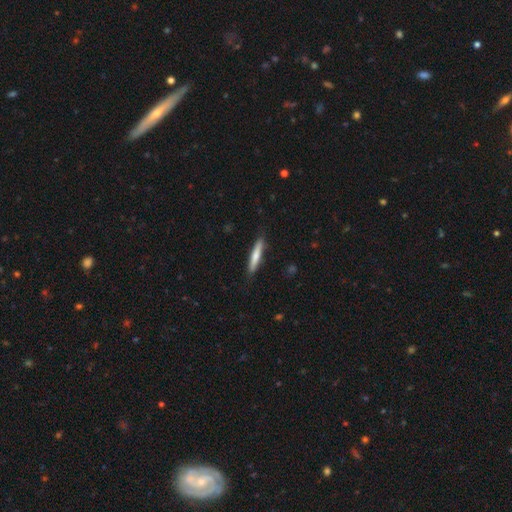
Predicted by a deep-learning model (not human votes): The model was most divided on "smooth or featured": smooth: 69%, featured or disk: 25%, star or artifact: 5%. More confident: how rounded — cigar-shaped (90%); merging — none (86%).